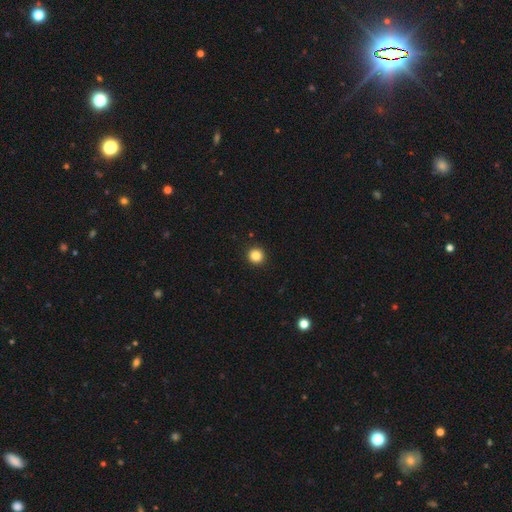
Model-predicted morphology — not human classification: A smooth galaxy with no disk features (85%) that is round (95%). Merging: none (94%).